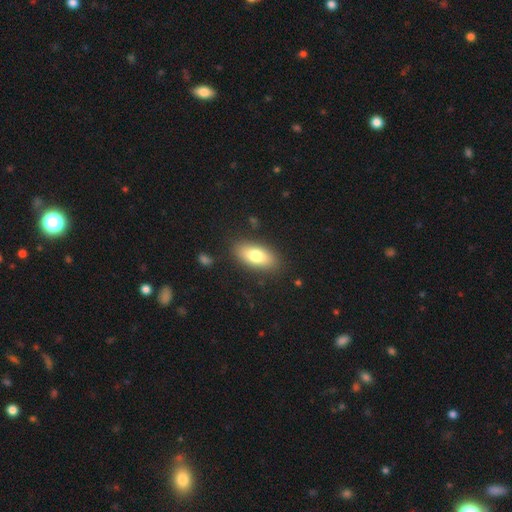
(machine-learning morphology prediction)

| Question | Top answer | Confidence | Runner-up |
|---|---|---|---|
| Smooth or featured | smooth | 76% | featured or disk (17%) |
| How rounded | in between | 86% | cigar-shaped (10%) |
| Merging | none | 85% | minor disturbance (10%) |